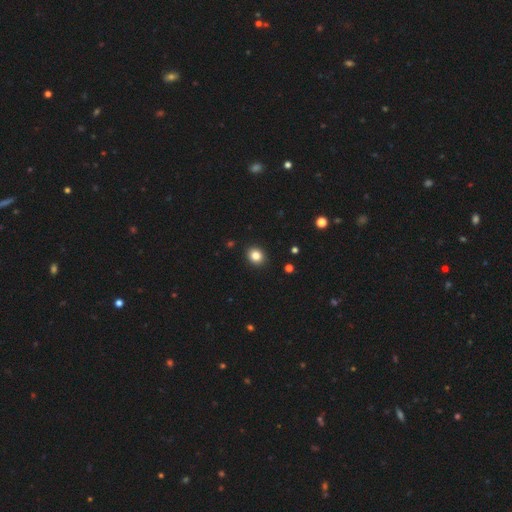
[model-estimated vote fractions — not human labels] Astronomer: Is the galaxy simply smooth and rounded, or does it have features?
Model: smooth — 85%.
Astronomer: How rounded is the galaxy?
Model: round — 72%.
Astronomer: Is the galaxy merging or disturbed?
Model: none — 92%.